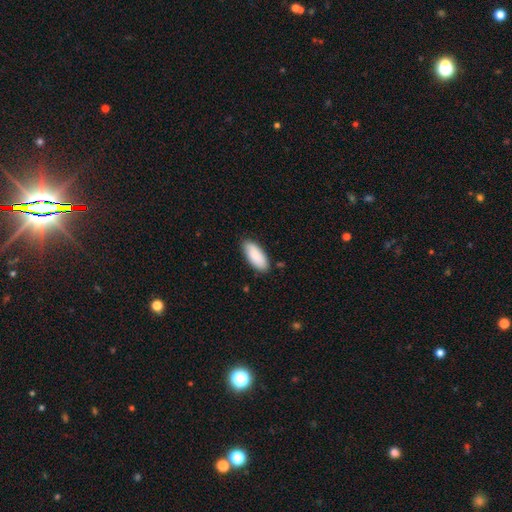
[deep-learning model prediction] A smooth galaxy with no disk features (88%) that is in between round and cigar-shaped (84%). Merging: none (85%).